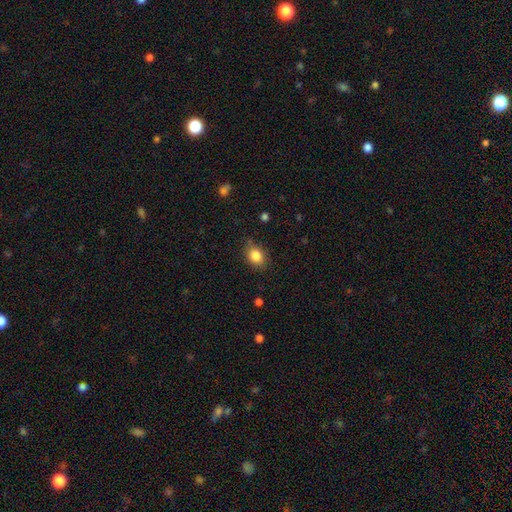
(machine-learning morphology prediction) smooth_or_featured: smooth (p=0.84) [alt: star or artifact p=0.10]
how_rounded: in between (p=0.53) [alt: round p=0.46]
merging: none (p=0.79) [alt: minor disturbance p=0.16]